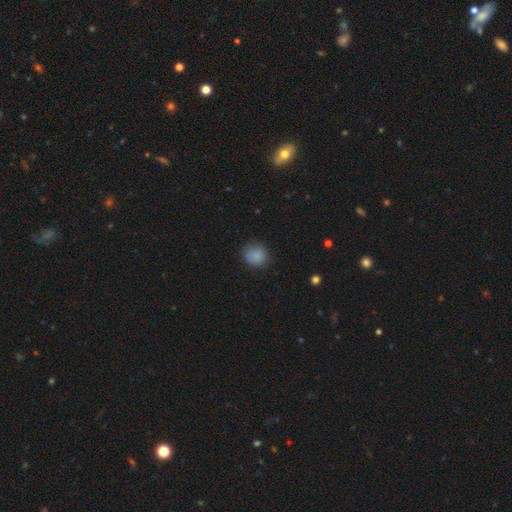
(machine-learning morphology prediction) This is clearly a smooth galaxy (85%). How rounded: clearly round (84%). Merging: likely none (80%).